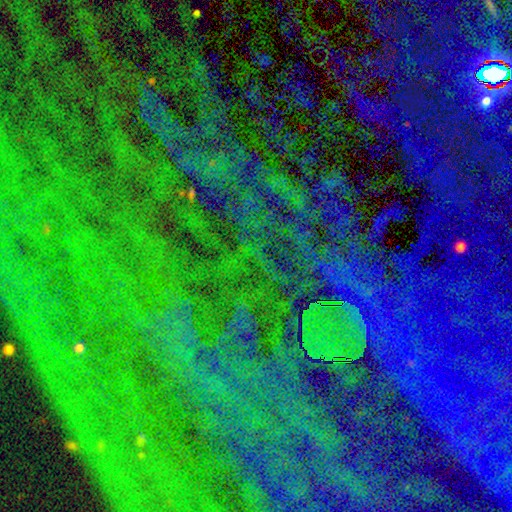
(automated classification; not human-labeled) The model was most divided on "smooth or featured": star or artifact: 84%, smooth: 8%, featured or disk: 8%.